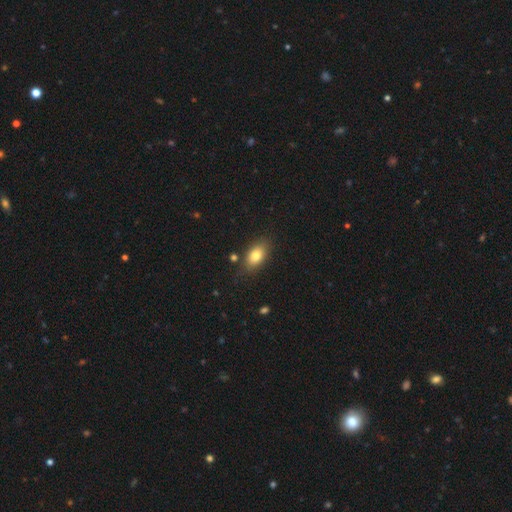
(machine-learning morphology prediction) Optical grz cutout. It shows a smooth galaxy with no disk features (79%) that is in between round and cigar-shaped (87%). Merging: none (80%).